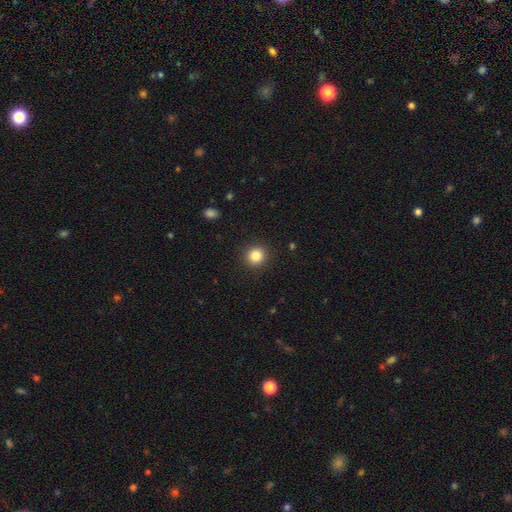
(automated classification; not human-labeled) Smooth or featured? smooth (84%)
How rounded? round (92%)
Merging? none (92%)